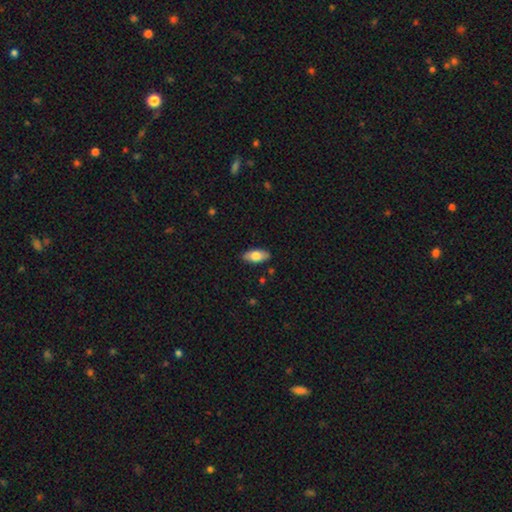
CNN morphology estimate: Smooth or featured? smooth (75%)
How rounded? in between (90%)
Merging? none (88%)